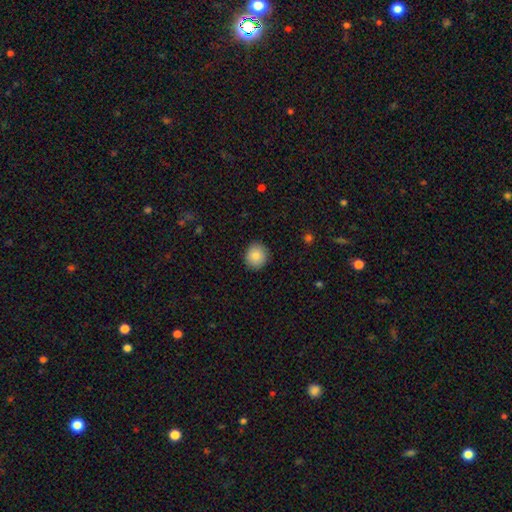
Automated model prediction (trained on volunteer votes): The model was most divided on "how rounded": round: 87%, in between: 12%, cigar-shaped: 1%. More confident: merging — none (90%); smooth or featured — smooth (85%).